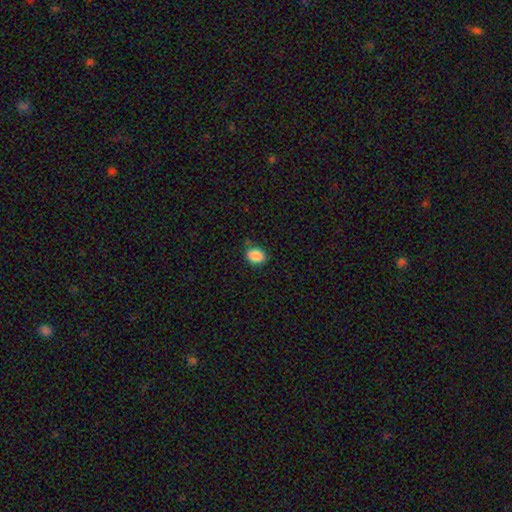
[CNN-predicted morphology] Overall: smooth (88%). How rounded: in between (69%; round 30%). Merging: none (83%).